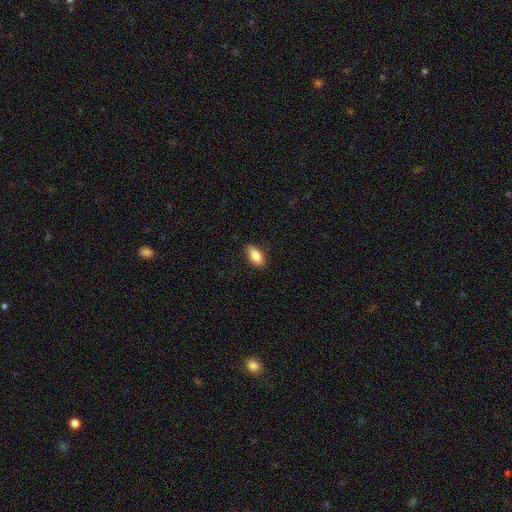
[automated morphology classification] Overall: smooth (84%). How rounded: in between (87%). Merging: none (86%).